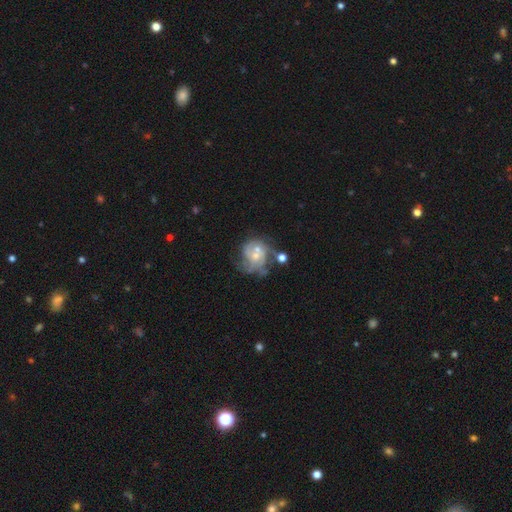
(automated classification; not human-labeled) smooth_or_featured: featured or disk (p=0.75) [alt: smooth p=0.18]
disk_edge_on: no (p=0.98) [alt: yes p=0.02]
bar: no (p=0.75) [alt: weak p=0.21]
has_spiral_arms: yes (p=0.81) [alt: no p=0.19]
spiral_winding: tight (p=0.47) [alt: medium p=0.38]
spiral_arm_count: can't tell (p=0.36) [alt: 3 p=0.24]
bulge_size: small (p=0.51) [alt: moderate p=0.41]
merging: none (p=0.35) [alt: merger p=0.26]